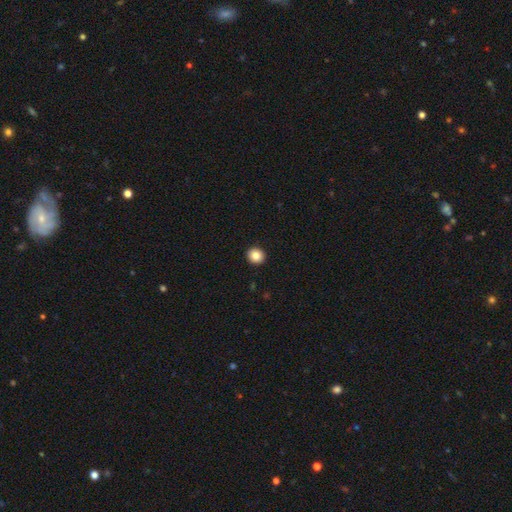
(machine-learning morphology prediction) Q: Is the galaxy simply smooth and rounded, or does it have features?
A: smooth — 86%.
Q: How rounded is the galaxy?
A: round — 85%.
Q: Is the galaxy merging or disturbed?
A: none — 93%.